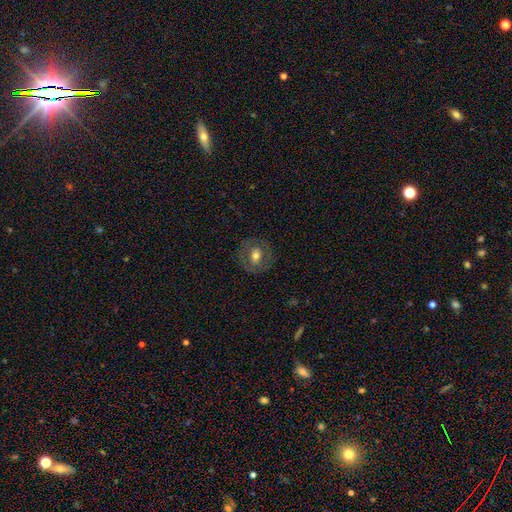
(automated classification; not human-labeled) This appears to be a smooth galaxy with no disk features (52%) that is round (78%). Merging: none (82%).